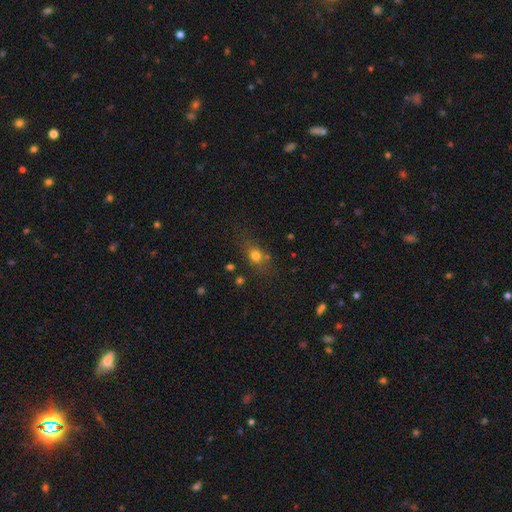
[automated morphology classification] Overall: smooth (71%). How rounded: in between (49%; round 44%). Merging: none (66%).